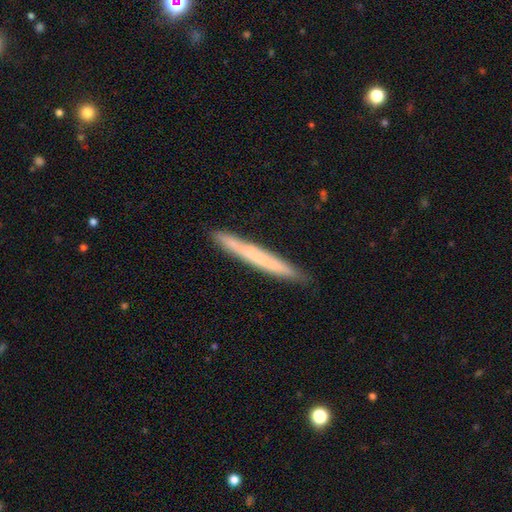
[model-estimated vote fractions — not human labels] smooth 51%, featured or disk 43%, star or artifact 6%. Down the decision tree: how rounded — cigar-shaped (97%); merging — none (85%).